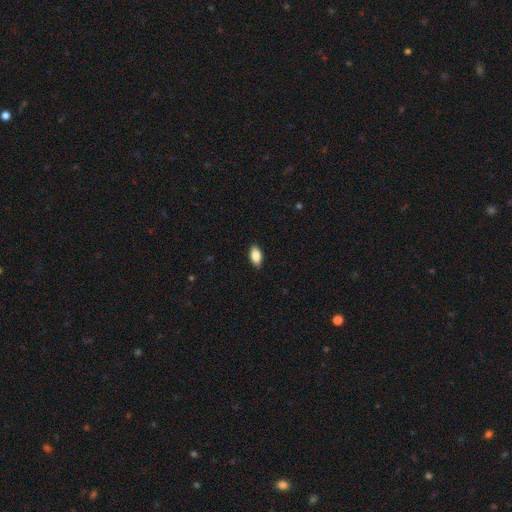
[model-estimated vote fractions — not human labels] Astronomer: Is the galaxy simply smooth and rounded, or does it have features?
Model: smooth — 86%.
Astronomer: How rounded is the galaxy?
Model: in between — 90%.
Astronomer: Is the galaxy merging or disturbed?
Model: none — 88%.